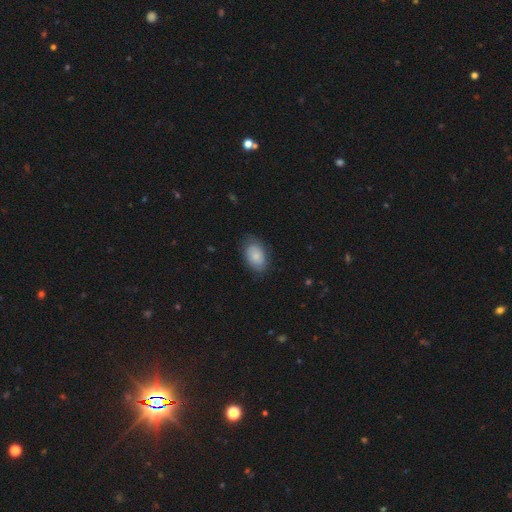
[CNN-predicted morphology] smooth 77%, featured or disk 16%, star or artifact 7%. Down the decision tree: how rounded — in between (88%); merging — none (75%).